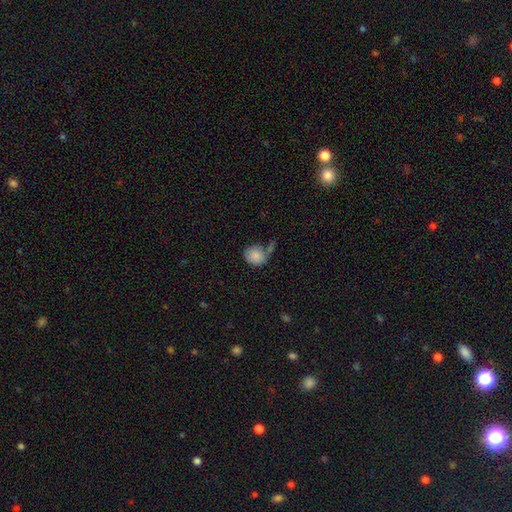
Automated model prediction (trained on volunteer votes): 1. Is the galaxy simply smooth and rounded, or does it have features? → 86% smooth, 7% star or artifact, 7% featured or disk.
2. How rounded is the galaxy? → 70% round, 29% in between, 1% cigar-shaped.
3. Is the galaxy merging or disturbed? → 54% none, 19% minor disturbance, 18% merger, 9% major disturbance.